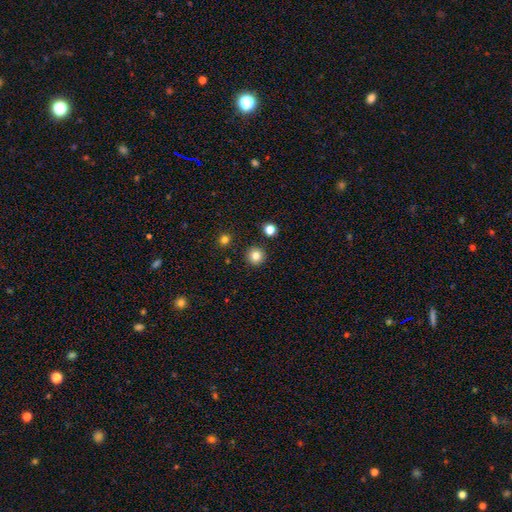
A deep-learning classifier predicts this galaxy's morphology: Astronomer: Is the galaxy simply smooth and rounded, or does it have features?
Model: smooth — 83%.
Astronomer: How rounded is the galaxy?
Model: round — 95%.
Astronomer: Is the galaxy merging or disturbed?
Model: none — 92%.